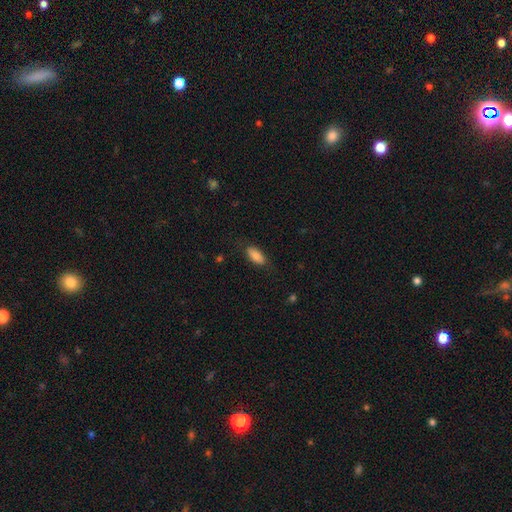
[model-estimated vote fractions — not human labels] Smooth or featured?
  - smooth: 80% *
  - featured or disk: 14%
  - star or artifact: 7%
How rounded?
  - in between: 87% *
  - cigar-shaped: 11%
  - round: 2%
Merging?
  - none: 80% *
  - minor disturbance: 16%
  - major disturbance: 4%
  - merger: 1%